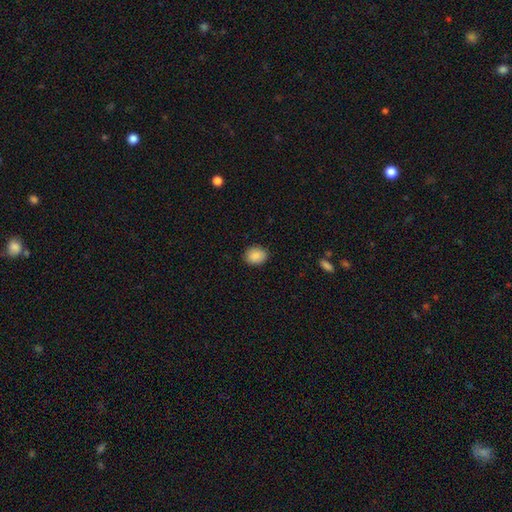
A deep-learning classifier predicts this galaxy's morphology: type=smooth (89%); roundness=round (53%); merging=none (88%).